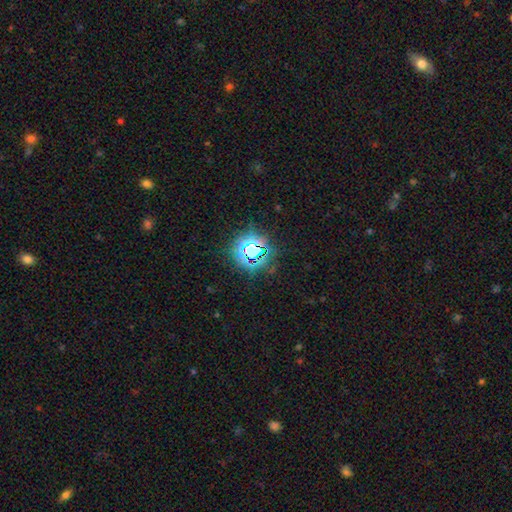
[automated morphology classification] smooth_or_featured: star or artifact (p=0.73) [alt: smooth p=0.17]